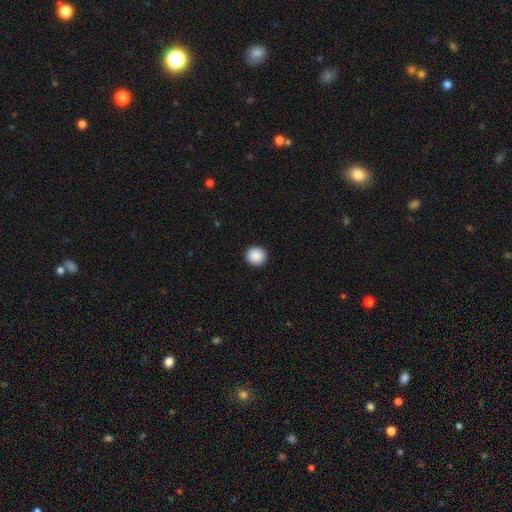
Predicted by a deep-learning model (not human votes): Smooth or featured?
  - smooth: 89% *
  - star or artifact: 8%
  - featured or disk: 2%
How rounded?
  - round: 93% *
  - in between: 6%
  - cigar-shaped: 1%
Merging?
  - none: 93% *
  - minor disturbance: 4%
  - major disturbance: 2%
  - merger: 1%